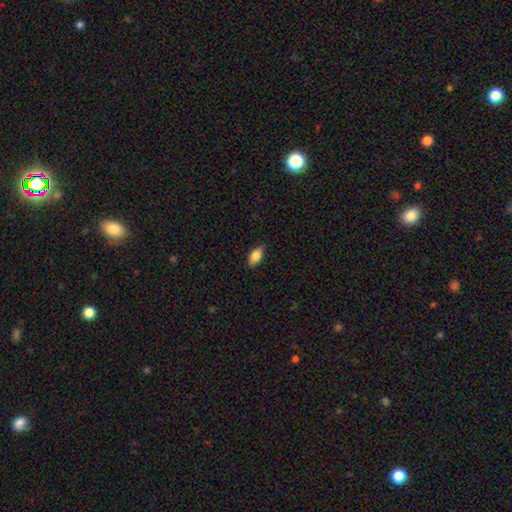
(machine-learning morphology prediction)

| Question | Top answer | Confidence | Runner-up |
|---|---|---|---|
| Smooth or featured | smooth | 84% | featured or disk (9%) |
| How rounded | in between | 89% | cigar-shaped (7%) |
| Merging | none | 83% | minor disturbance (14%) |